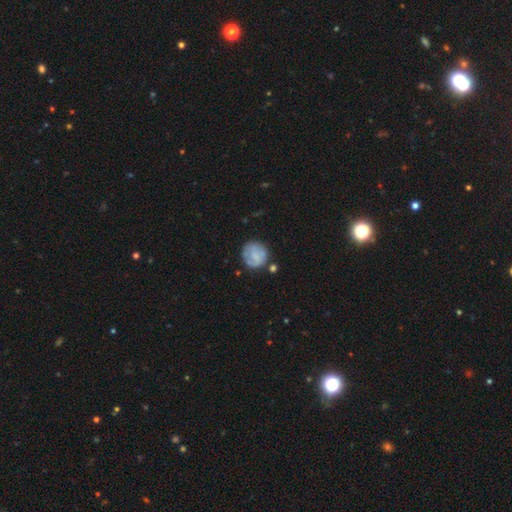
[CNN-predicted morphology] smooth_or_featured: smooth (p=0.55) [alt: featured or disk p=0.38]
how_rounded: round (p=0.87) [alt: in between p=0.12]
merging: none (p=0.66) [alt: minor disturbance p=0.20]